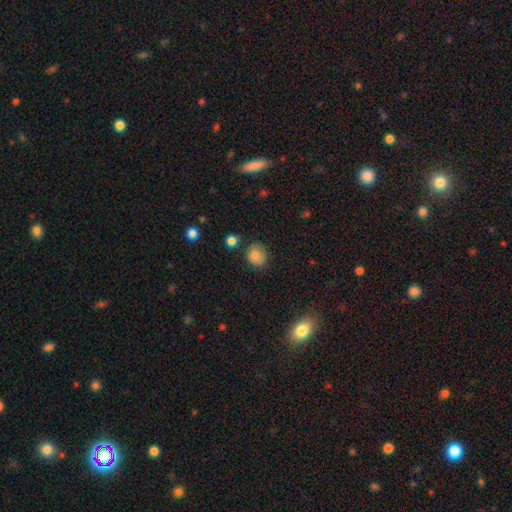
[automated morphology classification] smooth-or-featured: smooth: 80% | featured or disk: 11% | star or artifact: 10%
  how-rounded: round: 70% | in between: 29% | cigar-shaped: 1%
  merging: none: 71% | minor disturbance: 21% | major disturbance: 5% | merger: 3%